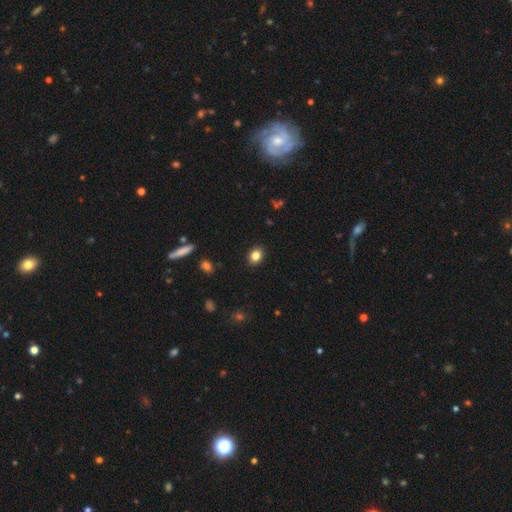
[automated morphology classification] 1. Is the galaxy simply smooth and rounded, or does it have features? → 84% smooth, 10% star or artifact, 6% featured or disk.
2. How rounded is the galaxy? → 50% in between, 49% round, 1% cigar-shaped.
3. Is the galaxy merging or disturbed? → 90% none, 7% minor disturbance, 2% major disturbance, 1% merger.